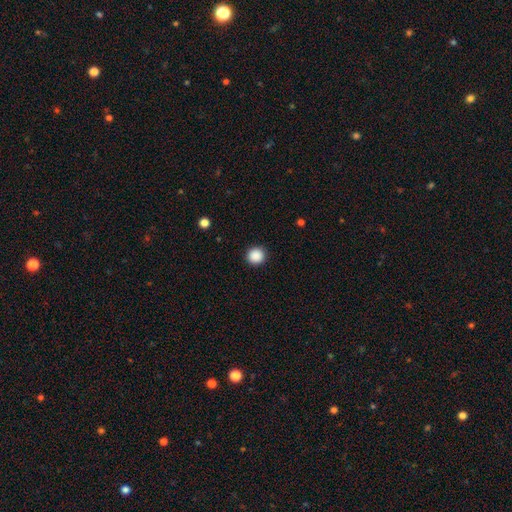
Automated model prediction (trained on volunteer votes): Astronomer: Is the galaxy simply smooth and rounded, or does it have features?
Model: smooth — 88%.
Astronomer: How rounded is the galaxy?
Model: round — 94%.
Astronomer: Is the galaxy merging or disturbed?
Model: none — 92%.